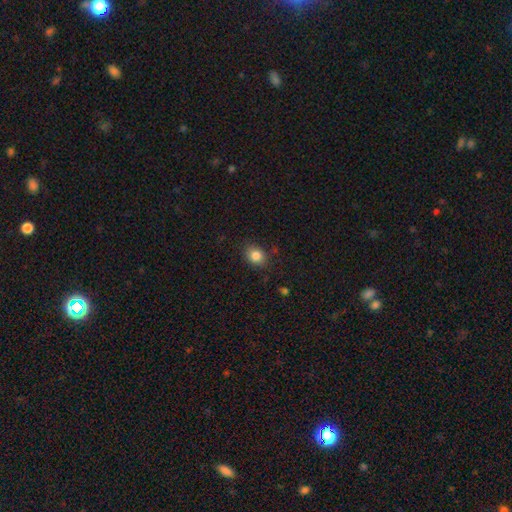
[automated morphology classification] smooth_or_featured: smooth (p=0.84) [alt: star or artifact p=0.10]
how_rounded: round (p=0.52) [alt: in between p=0.47]
merging: none (p=0.84) [alt: minor disturbance p=0.12]